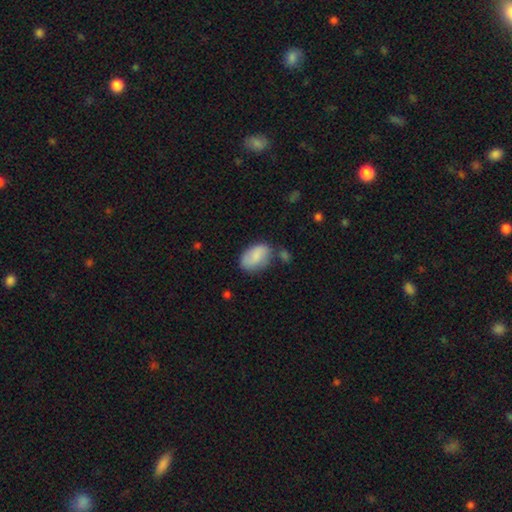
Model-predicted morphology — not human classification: smooth_or_featured: smooth (p=0.77) [alt: featured or disk p=0.16]
how_rounded: in between (p=0.89) [alt: round p=0.09]
merging: none (p=0.57) [alt: minor disturbance p=0.25]